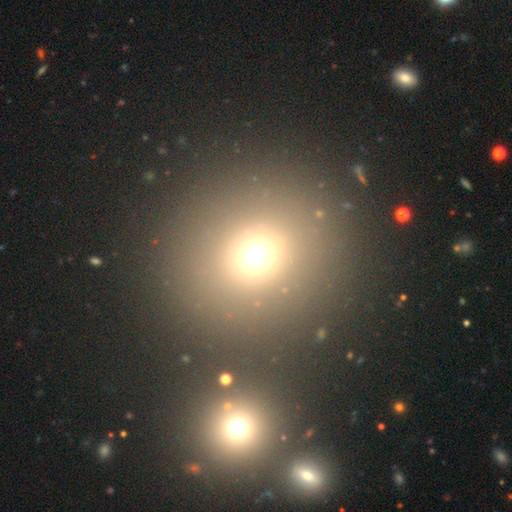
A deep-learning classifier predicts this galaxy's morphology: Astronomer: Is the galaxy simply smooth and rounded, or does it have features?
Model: smooth — 67%.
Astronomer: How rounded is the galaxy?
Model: round — 88%.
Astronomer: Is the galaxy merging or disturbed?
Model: none — 74%.